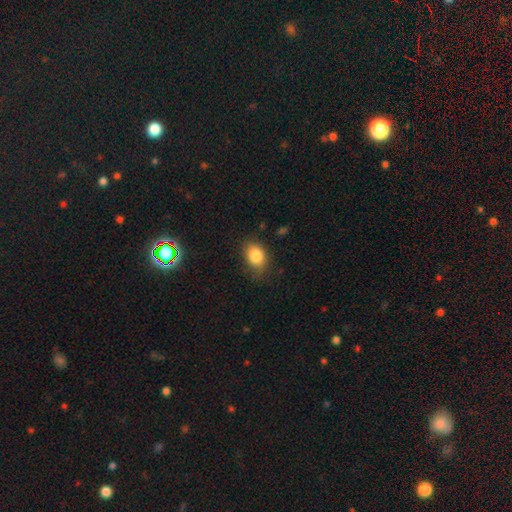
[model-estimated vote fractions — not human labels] smooth-or-featured: smooth: 84% | star or artifact: 9% | featured or disk: 7%
  how-rounded: in between: 71% | round: 28% | cigar-shaped: 1%
  merging: none: 77% | minor disturbance: 18% | major disturbance: 4% | merger: 1%